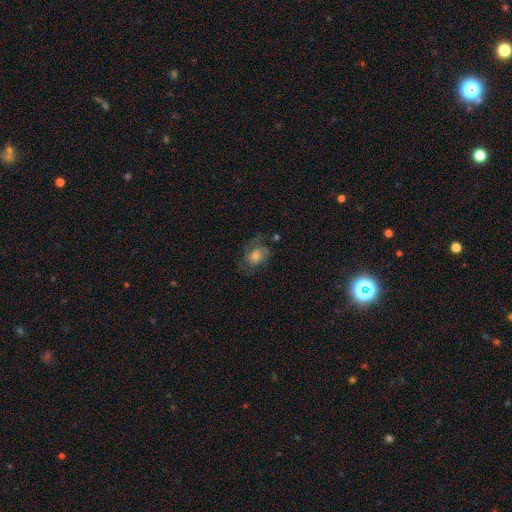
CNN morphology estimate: Smooth or featured? featured or disk (56%)
Edge-on disk? no (95%)
Bar? no (75%)
Spiral arms? yes (80%)
Bulge size? moderate (54%)
Merging? none (58%)